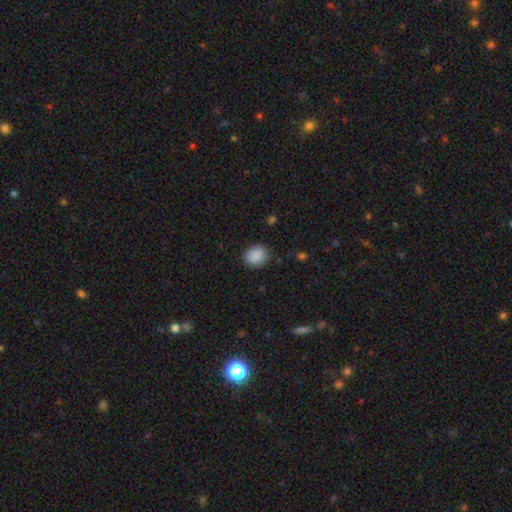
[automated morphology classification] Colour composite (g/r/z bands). It shows a smooth galaxy with no disk features (89%) that is round (67%). Merging: none (86%).